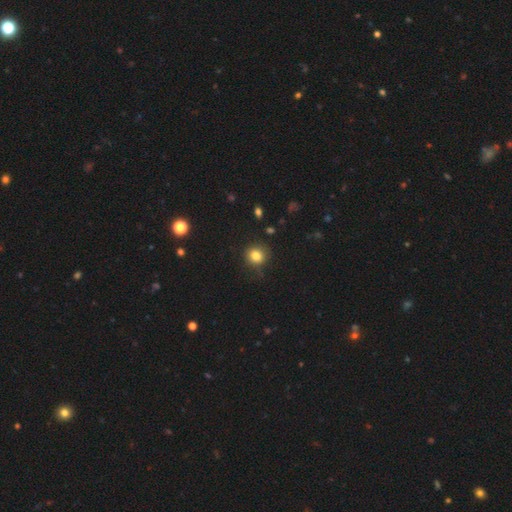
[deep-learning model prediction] Q: Smooth or featured?
A: smooth (81%); runner-up: star or artifact (13%)
Q: How rounded?
A: round (86%); runner-up: in between (13%)
Q: Merging?
A: none (80%); runner-up: minor disturbance (14%)